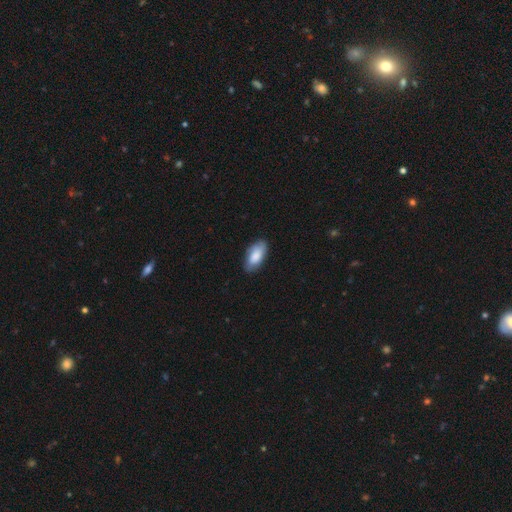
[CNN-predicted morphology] Smooth or featured? Predicted: smooth (p=0.82). How rounded? Predicted: in between (p=0.90). Merging? Predicted: none (p=0.80).